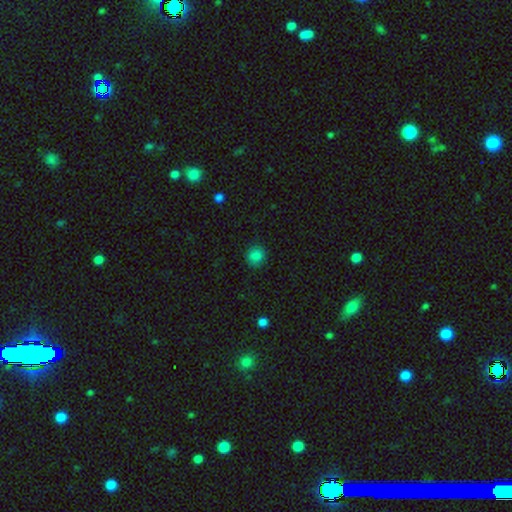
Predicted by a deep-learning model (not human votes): Q: Smooth or featured?
A: smooth (84%); runner-up: star or artifact (12%)
Q: How rounded?
A: round (87%); runner-up: in between (13%)
Q: Merging?
A: none (87%); runner-up: minor disturbance (9%)